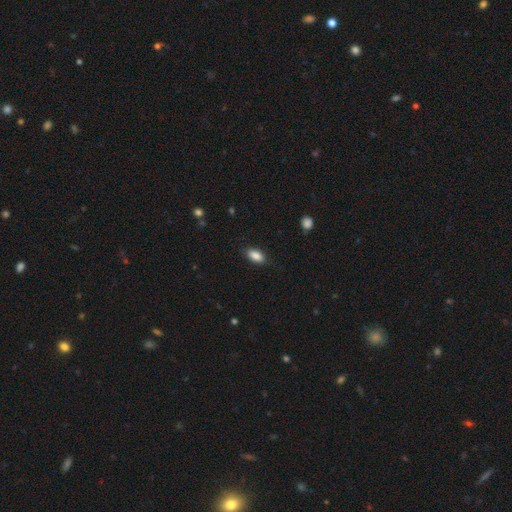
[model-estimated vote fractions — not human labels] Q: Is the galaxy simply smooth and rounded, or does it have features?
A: smooth — 87%.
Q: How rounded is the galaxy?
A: in between — 91%.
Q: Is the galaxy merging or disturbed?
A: none — 84%.